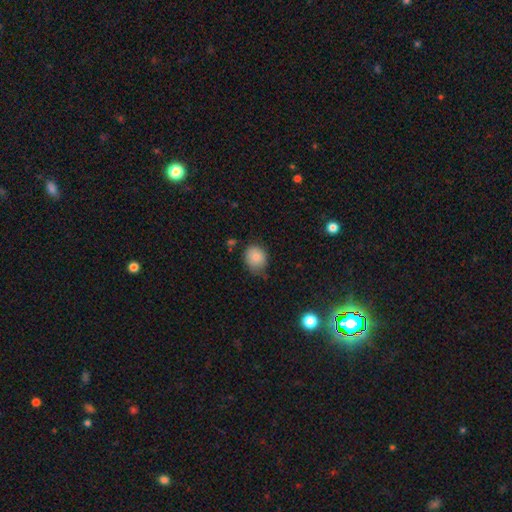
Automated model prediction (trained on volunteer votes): Smooth or featured?
  - smooth: 83% *
  - star or artifact: 10%
  - featured or disk: 7%
How rounded?
  - round: 63% *
  - in between: 36%
  - cigar-shaped: 1%
Merging?
  - none: 63% *
  - minor disturbance: 29%
  - major disturbance: 5%
  - merger: 3%